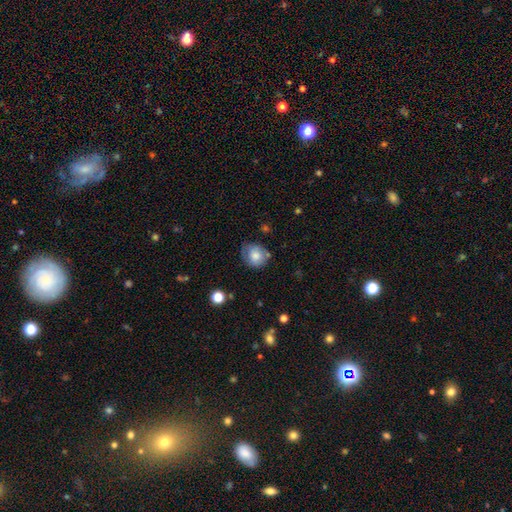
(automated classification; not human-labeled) Smooth or featured? Predicted: smooth (p=0.72). How rounded? Predicted: round (p=0.74). Merging? Predicted: none (p=0.62).